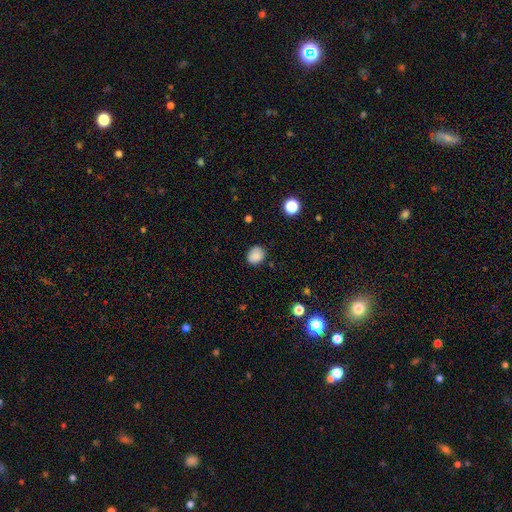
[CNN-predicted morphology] type=smooth (86%); roundness=round (50%); merging=none (82%).